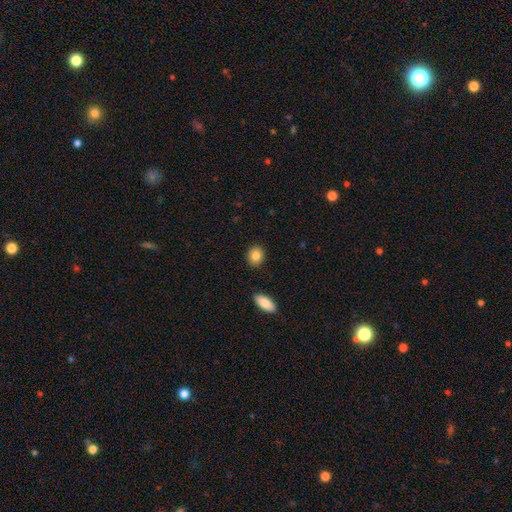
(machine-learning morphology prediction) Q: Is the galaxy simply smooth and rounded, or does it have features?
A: smooth — 86%.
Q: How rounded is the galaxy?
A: round — 62%.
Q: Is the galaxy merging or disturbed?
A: none — 89%.